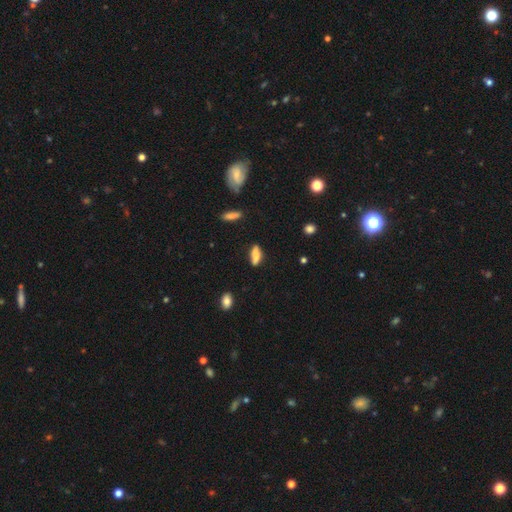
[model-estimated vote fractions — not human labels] The model was most divided on "merging": none: 67%, minor disturbance: 20%, merger: 9%, major disturbance: 5%. More confident: how rounded — in between (73%); smooth or featured — smooth (73%).